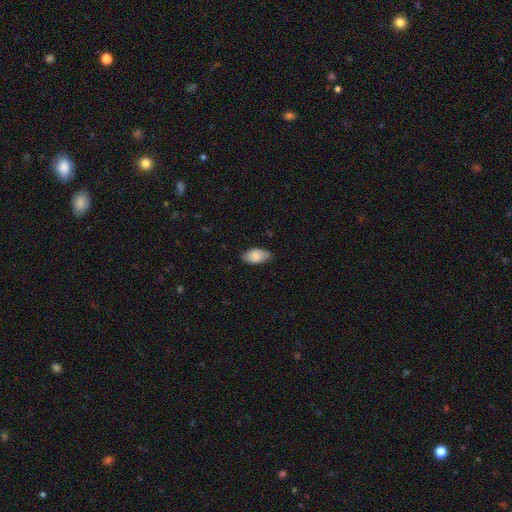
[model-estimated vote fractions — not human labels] This is clearly a smooth galaxy (85%). How rounded: clearly in between (94%). Merging: likely none (79%).